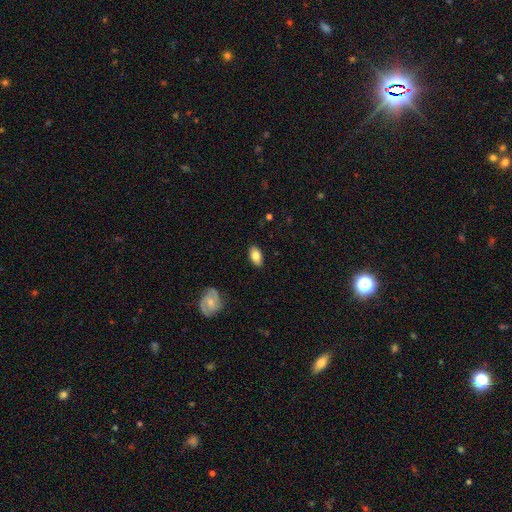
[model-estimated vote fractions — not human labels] Overall: smooth (80%). How rounded: in between (92%). Merging: none (86%).